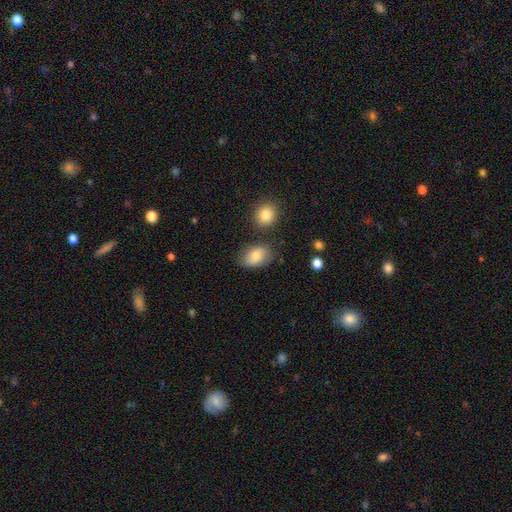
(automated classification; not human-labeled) smooth-or-featured: smooth: 79% | featured or disk: 13% | star or artifact: 8%
  how-rounded: in between: 86% | round: 13% | cigar-shaped: 1%
  merging: none: 75% | minor disturbance: 15% | merger: 6% | major disturbance: 4%